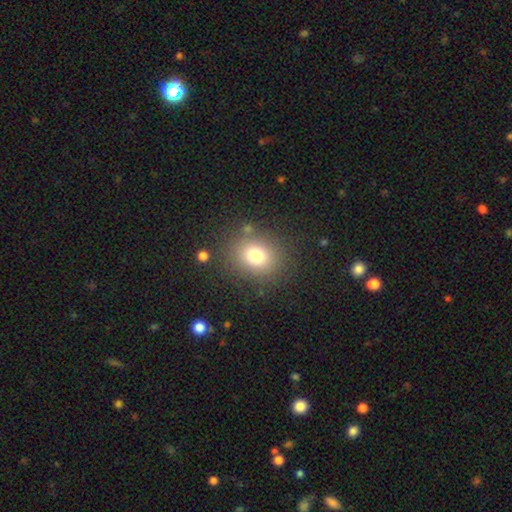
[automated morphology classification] Q: Smooth or featured?
A: smooth (75%); runner-up: star or artifact (15%)
Q: How rounded?
A: round (72%); runner-up: in between (28%)
Q: Merging?
A: none (84%); runner-up: minor disturbance (9%)